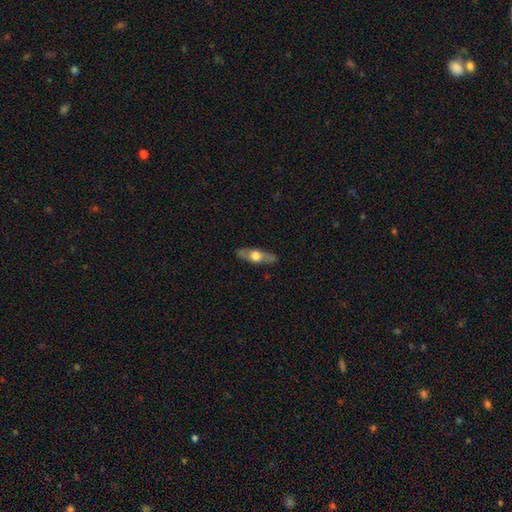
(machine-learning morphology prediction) A featured or disk galaxy (54%) viewed edge-on (79%).

Vote fractions:
- Smooth or featured? featured or disk: 54% / smooth: 41% / star or artifact: 5%
- Edge-on disk? yes: 79% / no: 21%
- Merging? none: 86% / minor disturbance: 10% / major disturbance: 2% / merger: 1%